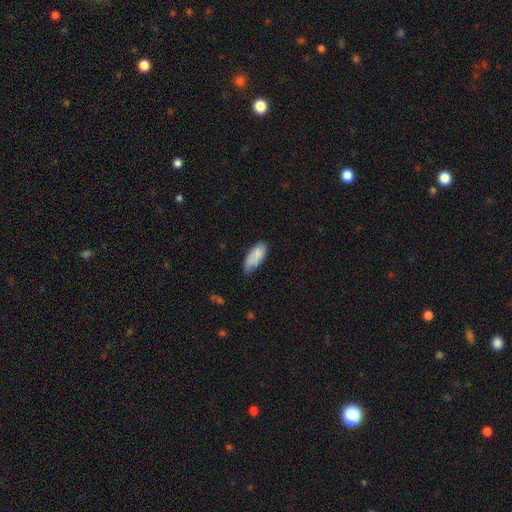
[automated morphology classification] Smooth or featured? Predicted: smooth (p=0.85). How rounded? Predicted: in between (p=0.87). Merging? Predicted: minor disturbance (p=0.45).